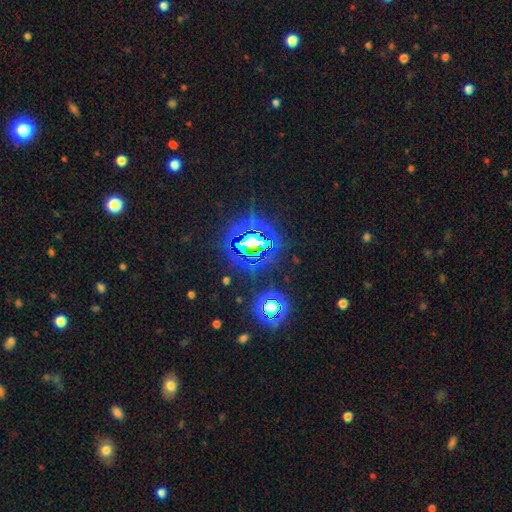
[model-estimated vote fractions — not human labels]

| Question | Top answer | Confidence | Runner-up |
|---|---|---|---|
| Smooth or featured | star or artifact | 79% | smooth (12%) |